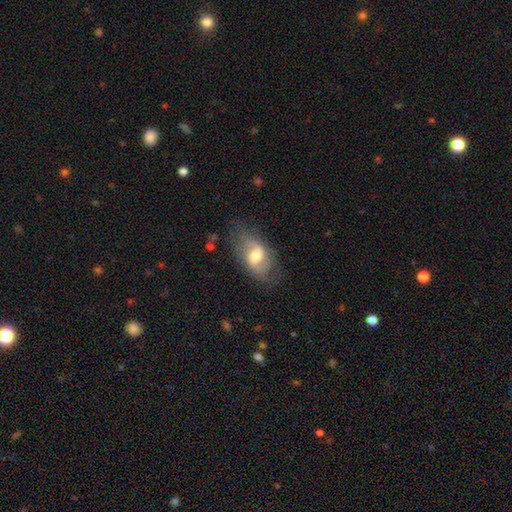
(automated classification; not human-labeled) smooth_or_featured: featured or disk (p=0.53) [alt: smooth p=0.40]
disk_edge_on: no (p=0.91) [alt: yes p=0.09]
merging: none (p=0.64) [alt: minor disturbance p=0.22]